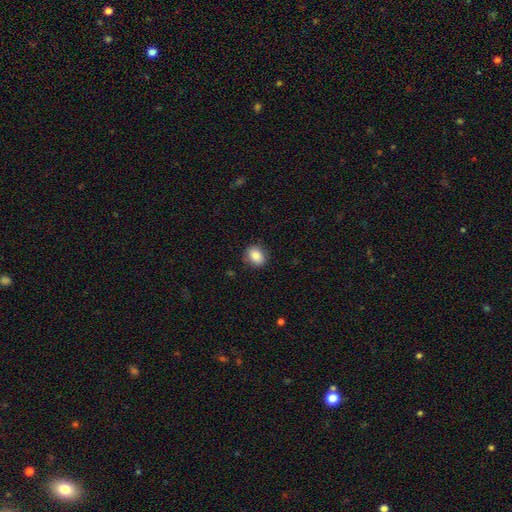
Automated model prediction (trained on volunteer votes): The model was most divided on "how rounded": in between: 51%, round: 48%, cigar-shaped: 1%. More confident: merging — none (86%); smooth or featured — smooth (85%).